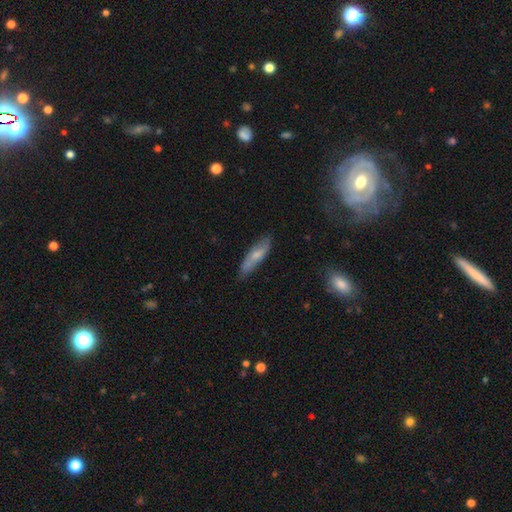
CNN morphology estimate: type=smooth (62%); roundness=cigar-shaped (62%); merging=none (77%).